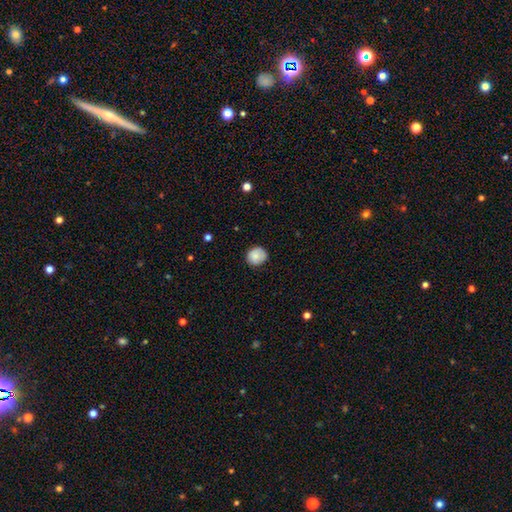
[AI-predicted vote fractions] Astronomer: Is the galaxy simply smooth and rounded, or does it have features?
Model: smooth — 83%.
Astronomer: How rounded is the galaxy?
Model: round — 82%.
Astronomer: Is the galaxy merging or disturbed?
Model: none — 81%.